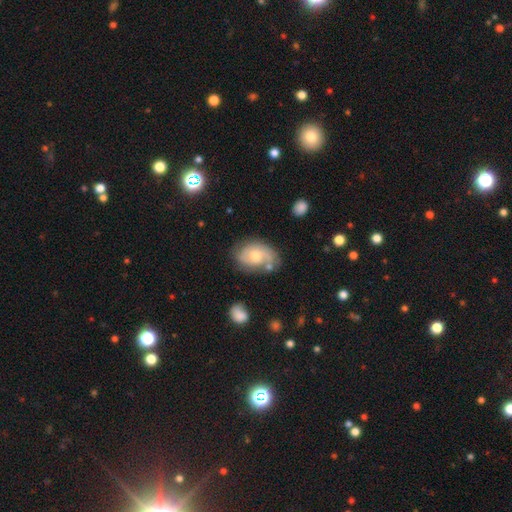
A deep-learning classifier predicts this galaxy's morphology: This is possibly a featured or disk galaxy (59%). It is clearly not viewed edge-on (96%). Bar: likely no (69%). Spiral arm pattern: clearly yes (82%). Central bulge: possibly moderate (60%). Merging: possibly none (57%).